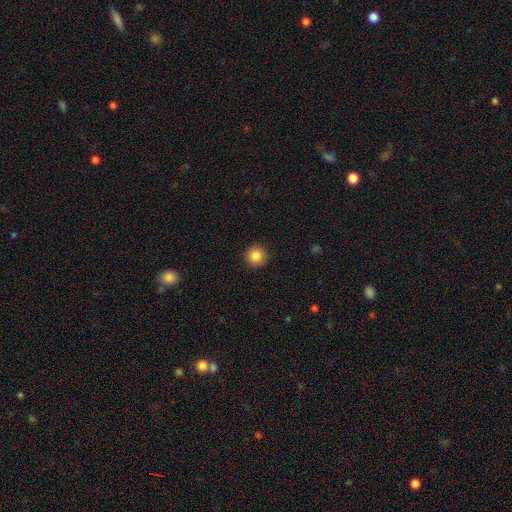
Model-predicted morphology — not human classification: This appears to be a smooth galaxy with no disk features (85%) that is round (95%). Merging: none (93%).